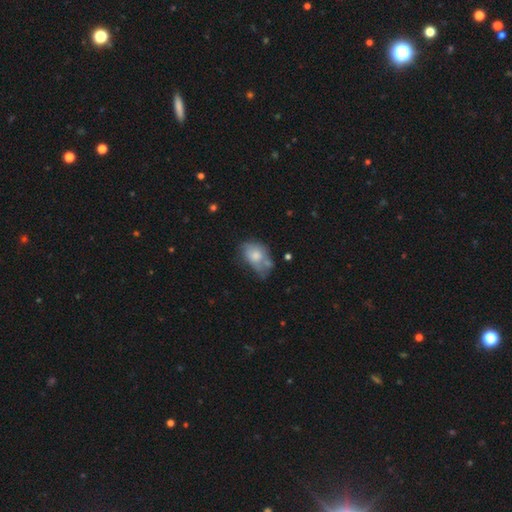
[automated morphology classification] This is likely a smooth galaxy (63%). How rounded: likely in between (79%). Merging: marginally minor disturbance (34%).